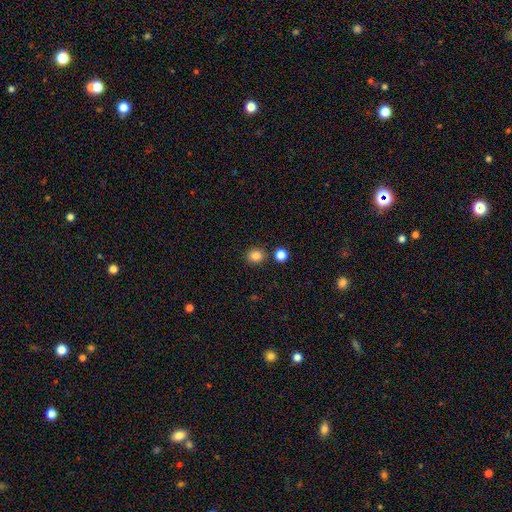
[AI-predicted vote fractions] This is clearly a smooth galaxy (84%). How rounded: likely round (75%). Merging: clearly none (82%).